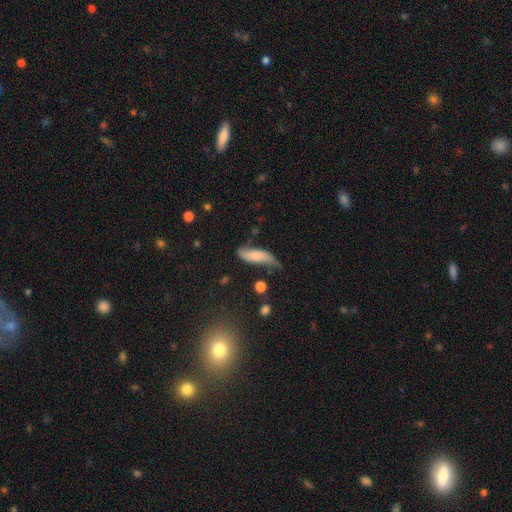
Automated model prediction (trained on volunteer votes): This appears to be a smooth galaxy with no disk features (68%) that is in between round and cigar-shaped (59%). Merging: none (44%).